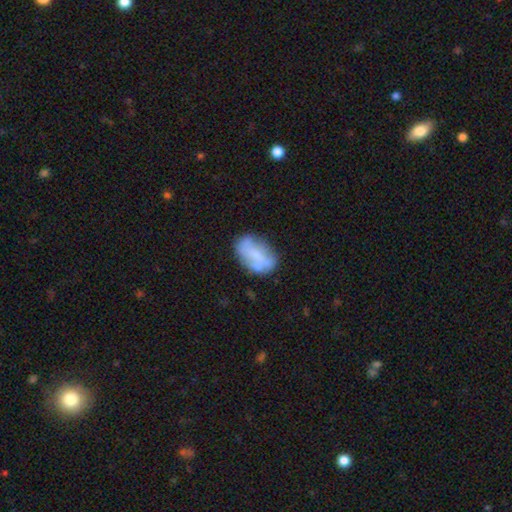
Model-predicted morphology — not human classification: Smooth or featured: smooth — 56% (featured or disk — 36%)
How rounded: in between — 90% (round — 8%)
Merging: none — 54% (minor disturbance — 27%)